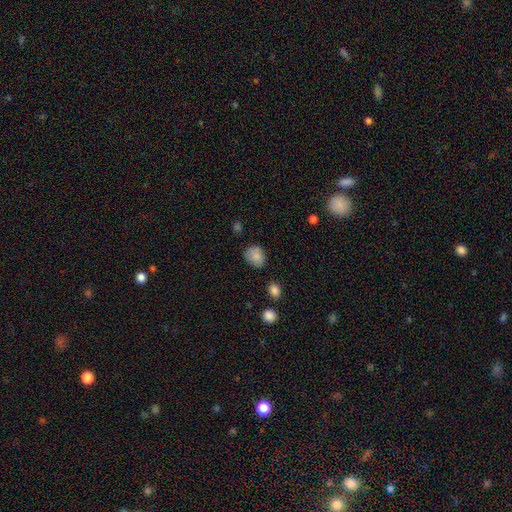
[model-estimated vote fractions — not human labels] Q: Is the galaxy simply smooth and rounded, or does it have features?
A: smooth — 84%.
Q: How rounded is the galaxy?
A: round — 54%.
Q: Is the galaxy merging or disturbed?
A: none — 71%.